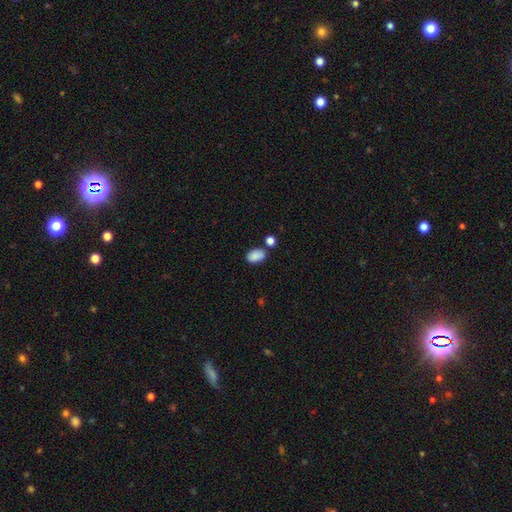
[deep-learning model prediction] Smooth or featured: smooth — 86% (star or artifact — 8%)
How rounded: in between — 89% (round — 10%)
Merging: none — 69% (minor disturbance — 15%)